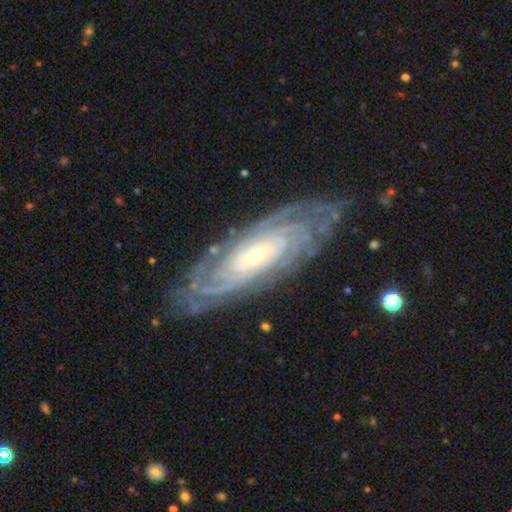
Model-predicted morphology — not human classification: Q: Smooth or featured?
A: featured or disk (89%); runner-up: smooth (6%)
Q: Edge-on disk?
A: no (90%); runner-up: yes (10%)
Q: Bar?
A: no (60%); runner-up: weak (27%)
Q: Spiral arms?
A: yes (98%); runner-up: no (2%)
Q: Spiral winding?
A: tight (82%); runner-up: medium (15%)
Q: Spiral arm count?
A: can't tell (32%); runner-up: 4 (22%)
Q: Bulge size?
A: small (73%); runner-up: moderate (23%)
Q: Merging?
A: none (80%); runner-up: minor disturbance (14%)